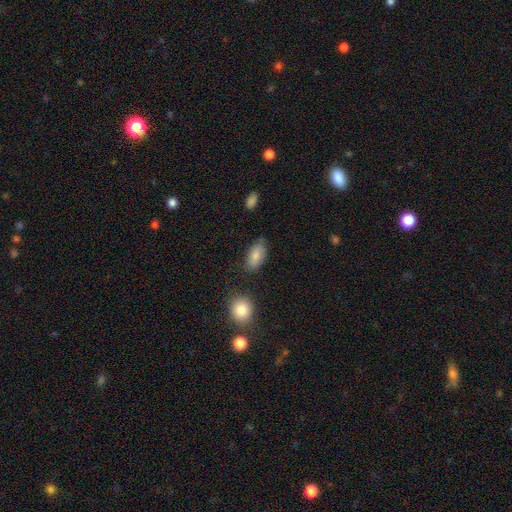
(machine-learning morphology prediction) type=smooth (82%); roundness=in between (91%); merging=none (72%).